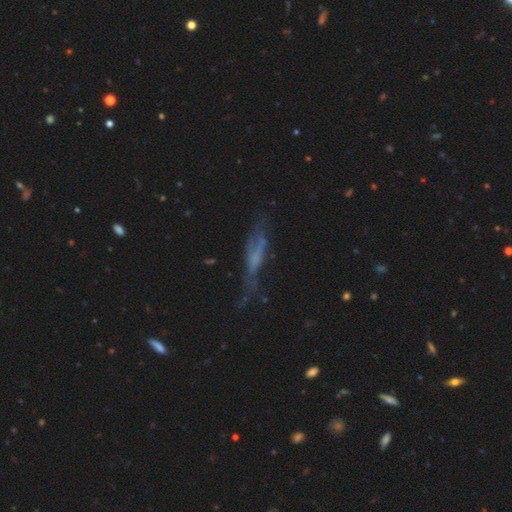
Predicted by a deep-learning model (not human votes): This is possibly a featured or disk galaxy (53%). It is possibly viewed edge-on (57%). Merging: marginally none (44%).